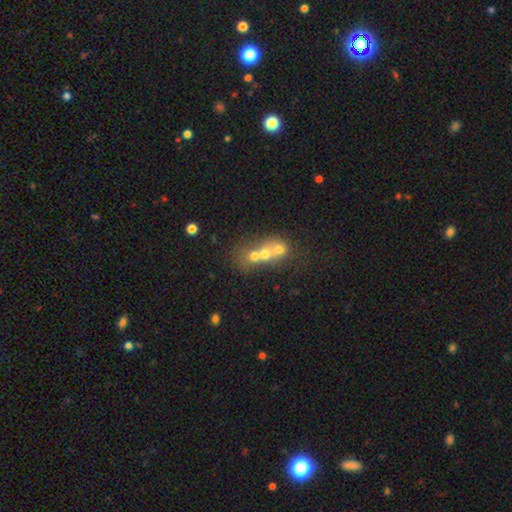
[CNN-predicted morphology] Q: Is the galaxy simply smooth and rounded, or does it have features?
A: smooth — 48%.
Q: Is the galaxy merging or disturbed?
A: merger — 65%.